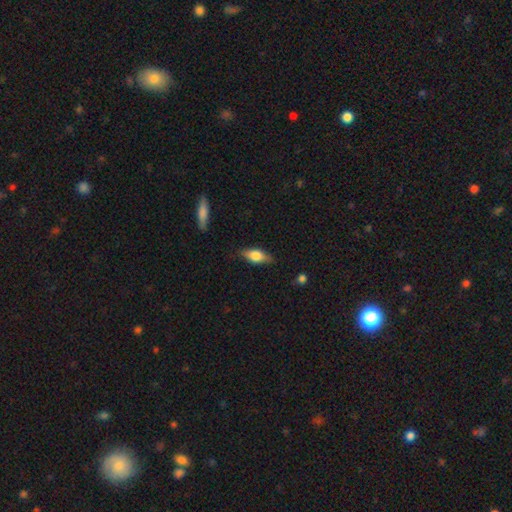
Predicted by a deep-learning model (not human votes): smooth 61%, featured or disk 32%, star or artifact 7%. Down the decision tree: how rounded — in between (77%); merging — none (79%).